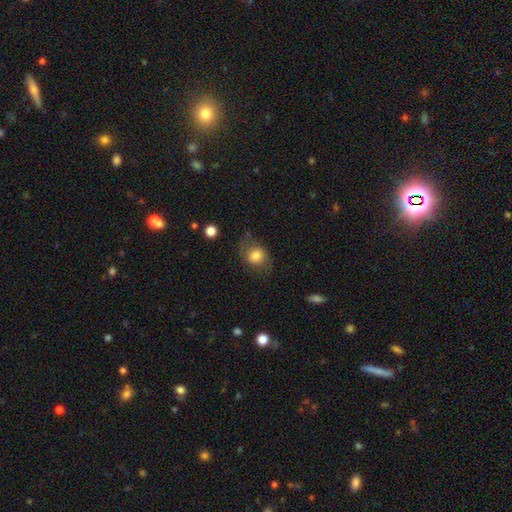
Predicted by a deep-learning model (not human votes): smooth 74%, featured or disk 18%, star or artifact 8%. Down the decision tree: how rounded — round (51%); merging — none (64%).